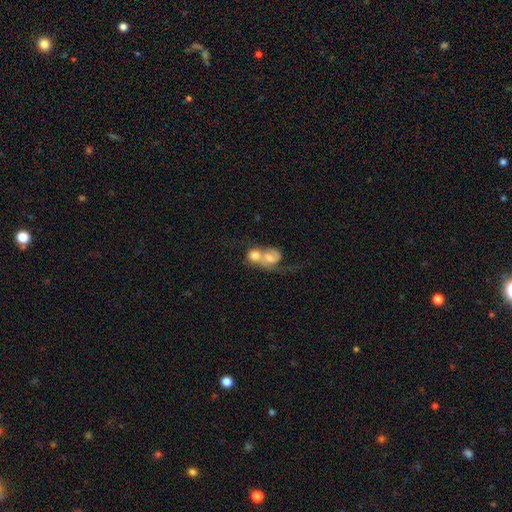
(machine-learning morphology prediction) type=smooth (53%); roundness=round (58%); merging=merger (77%).